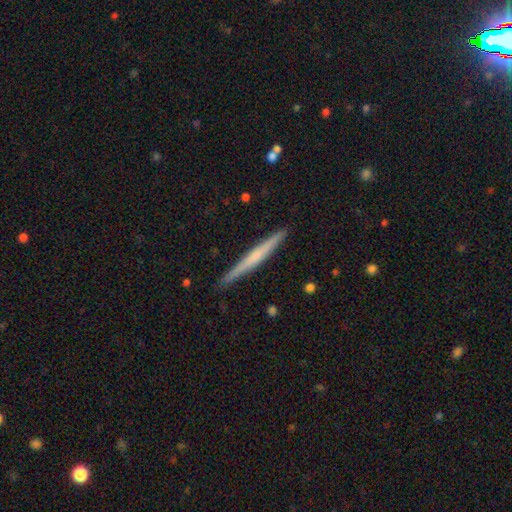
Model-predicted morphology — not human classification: Smooth or featured: featured or disk — 52% (smooth — 43%)
Edge-on disk: yes — 98% (no — 2%)
Edge-on bulge: none — 66% (rounded — 25%)
Merging: none — 90% (minor disturbance — 7%)